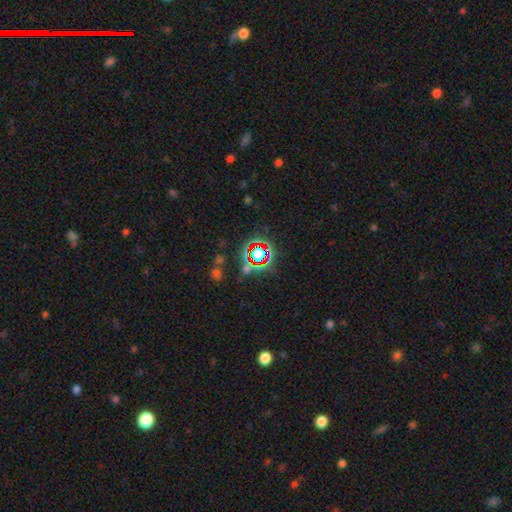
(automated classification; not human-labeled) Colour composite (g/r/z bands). It shows a star or artifact, not a galaxy (71%).